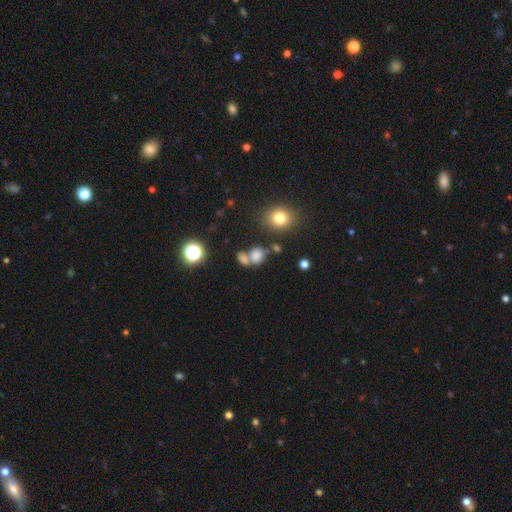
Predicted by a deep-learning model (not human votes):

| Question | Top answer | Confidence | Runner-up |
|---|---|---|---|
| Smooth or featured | smooth | 75% | star or artifact (16%) |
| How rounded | round | 55% | in between (43%) |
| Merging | merger | 42% | tied: none (42%) |